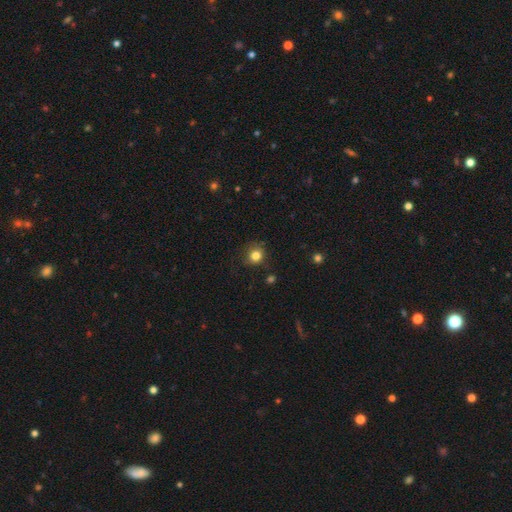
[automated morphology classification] A smooth galaxy with no disk features (82%) that is round (86%).

Vote fractions:
- Smooth or featured? smooth: 82% / star or artifact: 12% / featured or disk: 6%
- How rounded? round: 86% / in between: 13% / cigar-shaped: 1%
- Merging? none: 79% / minor disturbance: 15% / major disturbance: 4% / merger: 2%